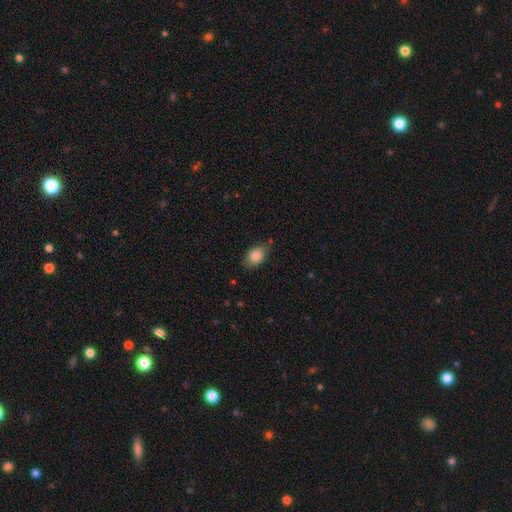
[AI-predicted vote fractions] This is clearly a smooth galaxy (85%). How rounded: clearly in between (84%). Merging: likely none (71%).